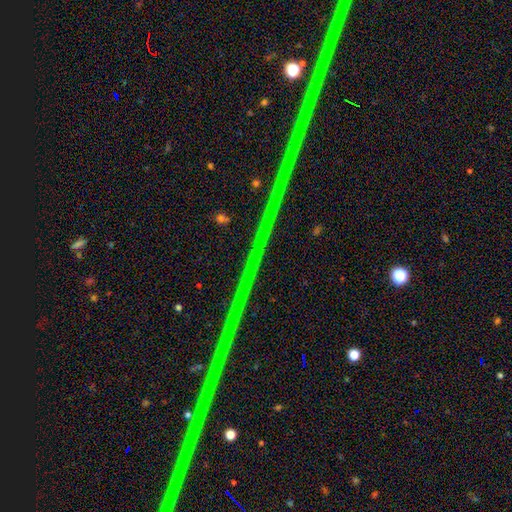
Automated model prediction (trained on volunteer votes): The model was most divided on "smooth or featured": star or artifact: 90%, featured or disk: 6%, smooth: 4%.